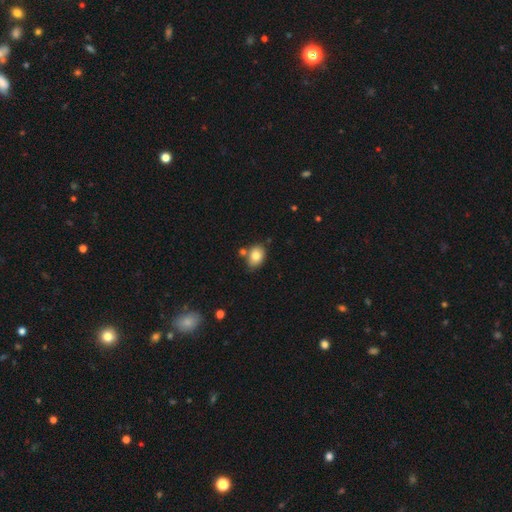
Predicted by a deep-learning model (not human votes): Smooth or featured? Predicted: smooth (p=0.82). How rounded? Predicted: in between (p=0.74). Merging? Predicted: none (p=0.67).